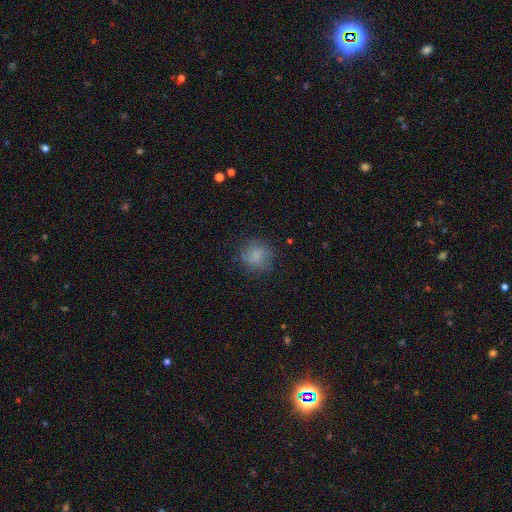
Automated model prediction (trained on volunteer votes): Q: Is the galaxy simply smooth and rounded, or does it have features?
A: smooth — 74%.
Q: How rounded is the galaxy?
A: round — 80%.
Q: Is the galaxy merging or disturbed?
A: none — 71%.